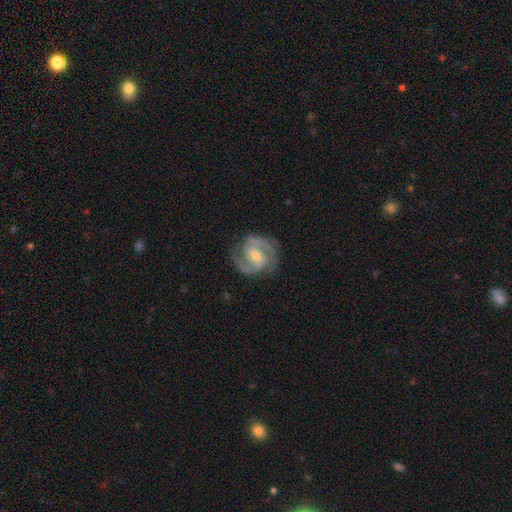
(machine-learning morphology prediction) smooth-or-featured: featured or disk: 91% | smooth: 5% | star or artifact: 4%
  disk-edge-on: no: 98% | yes: 2%
    bar: weak: 45% | no: 34% | strong: 22%
    has-spiral-arms: yes: 98% | no: 2%
      spiral-winding: medium: 51% | tight: 40% | loose: 9%
      spiral-arm-count: 2: 86% | 3: 7% | can't tell: 3% | 1: 2% | 4: 1% | more than 4: 1%
    bulge-size: moderate: 53% | small: 43% | large: 2% | none: 1% | dominant: 1%
  merging: none: 81% | minor disturbance: 14% | major disturbance: 5% | merger: 1%